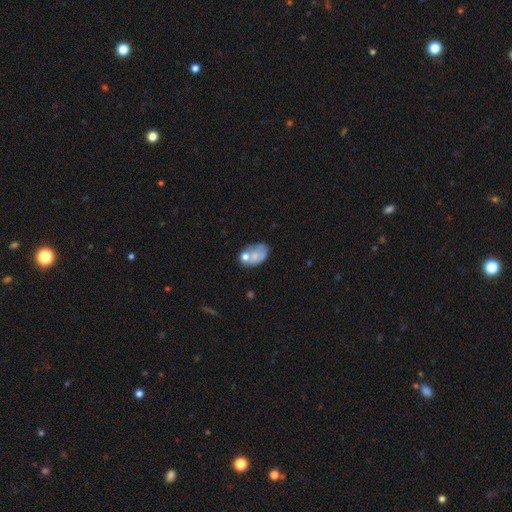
This is likely a smooth galaxy (72%). How rounded: clearly in between (89%). Merging: likely none (64%).